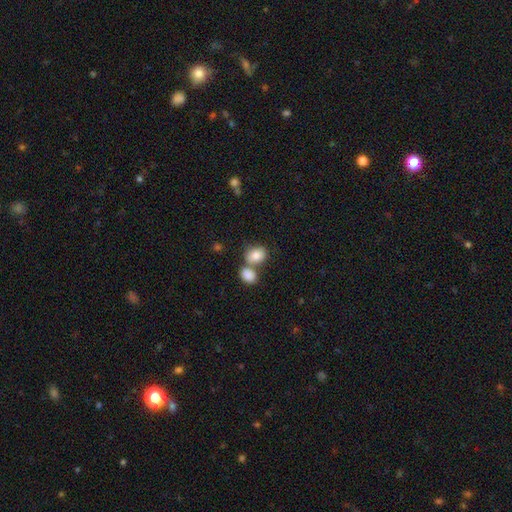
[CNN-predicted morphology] This appears to be a smooth galaxy with no disk features (84%) that is in between round and cigar-shaped (55%). Merging: merger (47%).